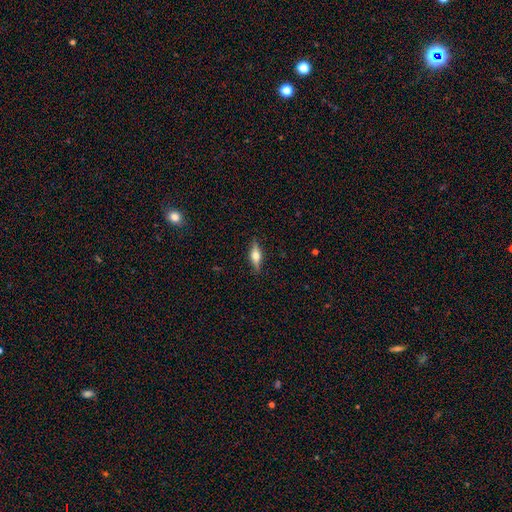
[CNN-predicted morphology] Smooth or featured: featured or disk — 57% (smooth — 36%)
Edge-on disk: yes — 94% (no — 6%)
Edge-on bulge: rounded — 93% (boxy — 5%)
Merging: none — 87% (minor disturbance — 9%)